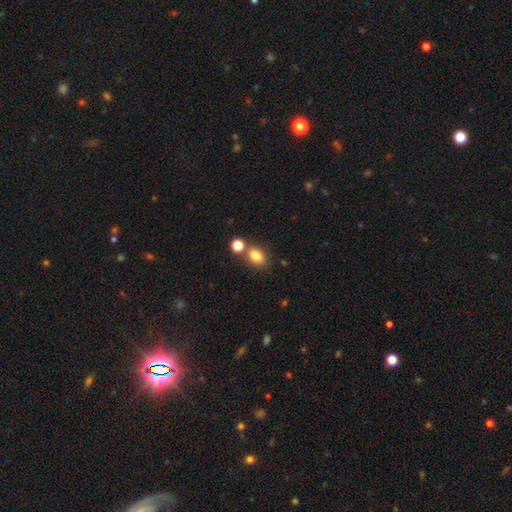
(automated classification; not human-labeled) Smooth or featured: smooth — 82% (star or artifact — 11%)
How rounded: in between — 71% (round — 27%)
Merging: none — 62% (merger — 22%)